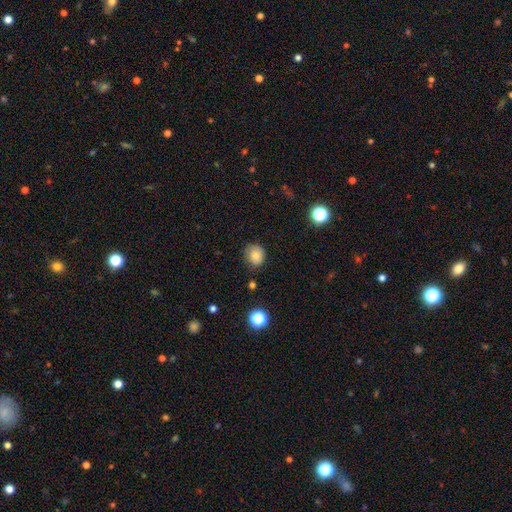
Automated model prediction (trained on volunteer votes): The model was most divided on "how rounded": round: 74%, in between: 26%, cigar-shaped: 1%. More confident: smooth or featured — smooth (80%); merging — none (73%).